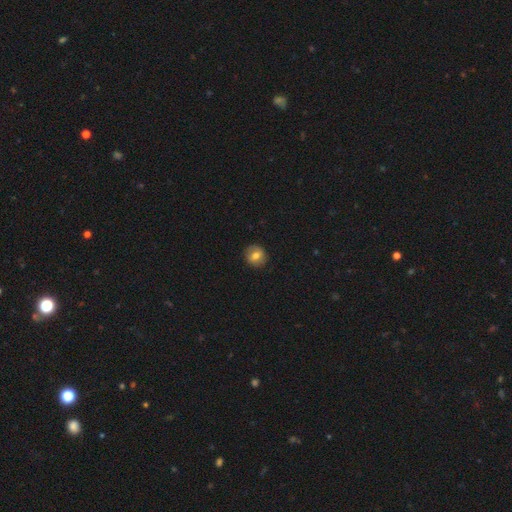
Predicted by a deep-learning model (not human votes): A smooth galaxy with no disk features (70%) that is round (85%).

Vote fractions:
- Smooth or featured? smooth: 70% / featured or disk: 21% / star or artifact: 10%
- How rounded? round: 85% / in between: 14% / cigar-shaped: 1%
- Merging? none: 88% / minor disturbance: 9% / major disturbance: 2% / merger: 1%